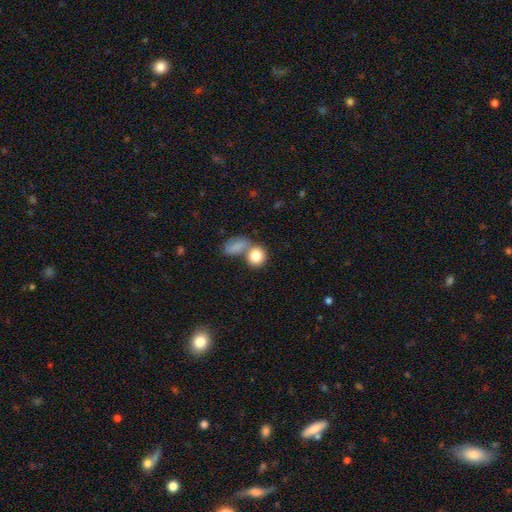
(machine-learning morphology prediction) Smooth or featured?
  - smooth: 83% *
  - featured or disk: 9%
  - star or artifact: 8%
How rounded?
  - round: 72% *
  - in between: 27%
  - cigar-shaped: 2%
Merging?
  - none: 44% *
  - merger: 42%
  - minor disturbance: 9%
  - major disturbance: 5%